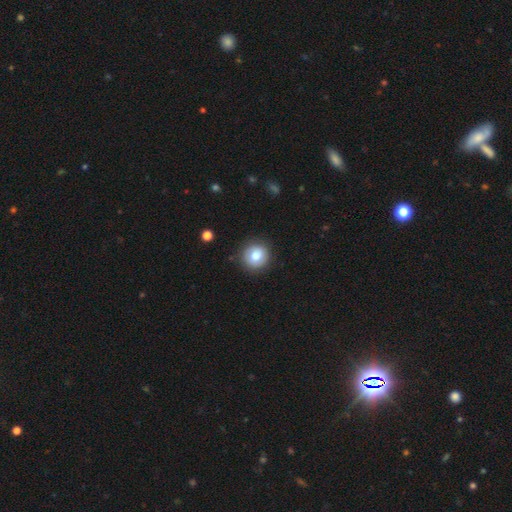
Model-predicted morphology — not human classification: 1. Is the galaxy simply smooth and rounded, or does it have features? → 78% smooth, 14% featured or disk, 9% star or artifact.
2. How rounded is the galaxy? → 92% round, 7% in between, 1% cigar-shaped.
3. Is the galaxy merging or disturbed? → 88% none, 8% minor disturbance, 2% major disturbance, 1% merger.